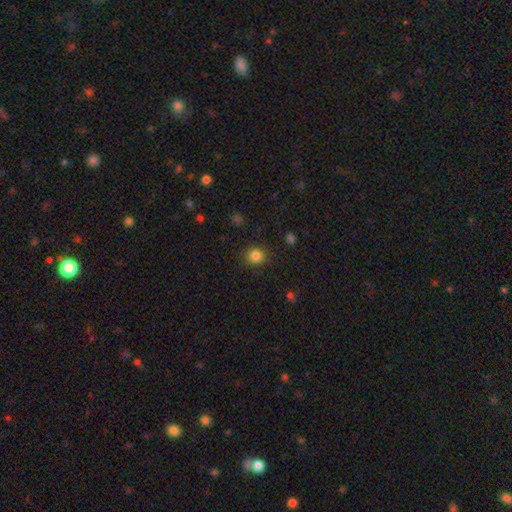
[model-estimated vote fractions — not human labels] Overall: smooth (84%). How rounded: round (83%). Merging: none (86%).